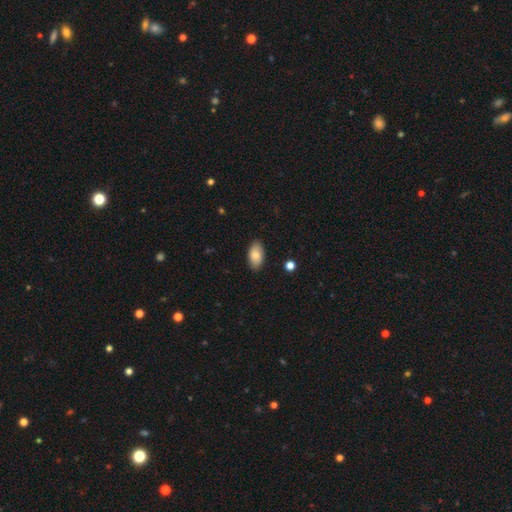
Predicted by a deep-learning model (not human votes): Q: Smooth or featured?
A: smooth (84%); runner-up: featured or disk (10%)
Q: How rounded?
A: in between (94%); runner-up: round (4%)
Q: Merging?
A: none (87%); runner-up: minor disturbance (9%)